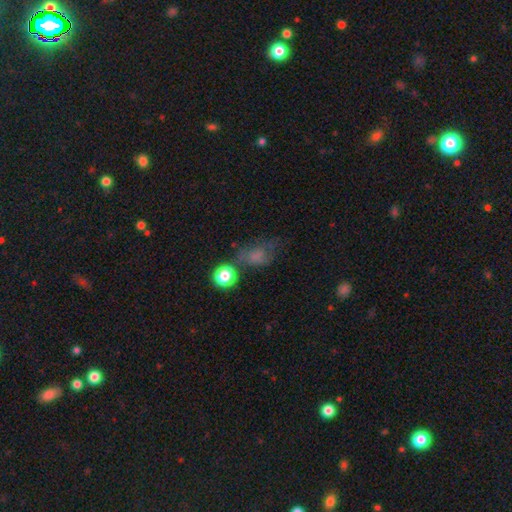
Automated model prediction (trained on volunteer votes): This is possibly a smooth galaxy (58%). How rounded: likely in between (63%). Merging: marginally none (41%).